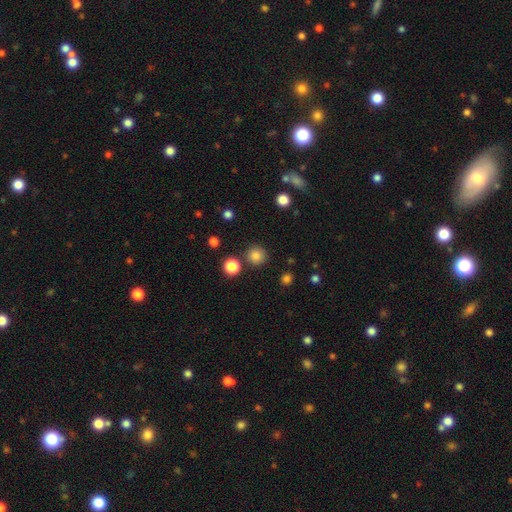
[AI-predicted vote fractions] Smooth or featured: smooth — 83% (star or artifact — 12%)
How rounded: round — 94% (in between — 5%)
Merging: none — 88% (minor disturbance — 6%)